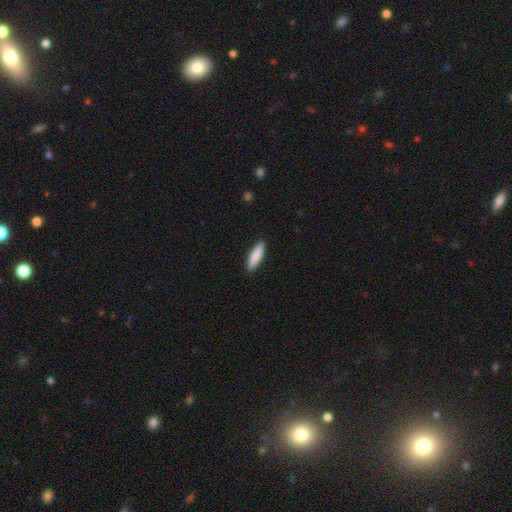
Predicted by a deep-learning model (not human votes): Morphology: type=smooth (84%); roundness=cigar-shaped (76%); merging=none (89%).